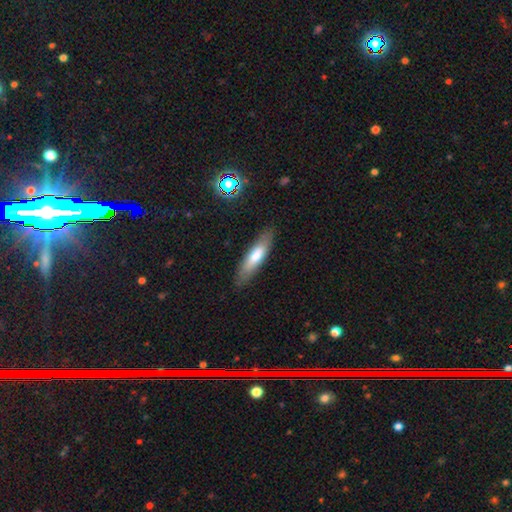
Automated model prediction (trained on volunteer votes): Morphology: type=smooth (67%); roundness=cigar-shaped (66%); merging=none (85%).